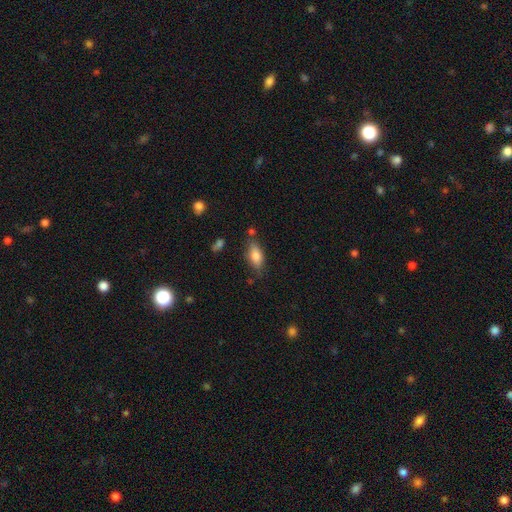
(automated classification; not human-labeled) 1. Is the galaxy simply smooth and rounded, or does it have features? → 78% smooth, 14% featured or disk, 8% star or artifact.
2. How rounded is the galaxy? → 82% in between, 15% cigar-shaped, 3% round.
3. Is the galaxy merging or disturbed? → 71% none, 19% minor disturbance, 6% merger, 5% major disturbance.